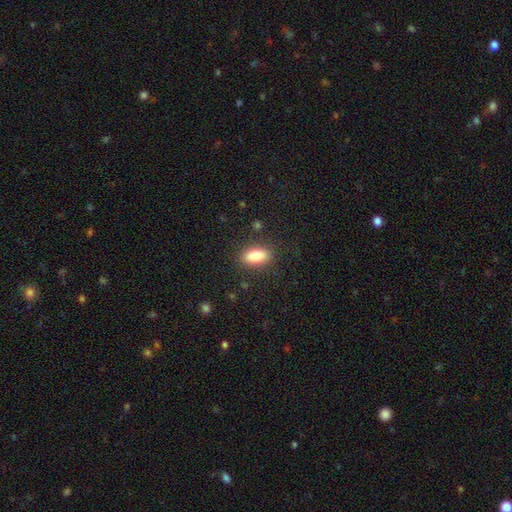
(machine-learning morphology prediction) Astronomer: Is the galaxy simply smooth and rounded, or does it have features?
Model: smooth — 80%.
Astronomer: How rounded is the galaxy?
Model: in between — 86%.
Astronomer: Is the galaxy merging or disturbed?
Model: none — 85%.